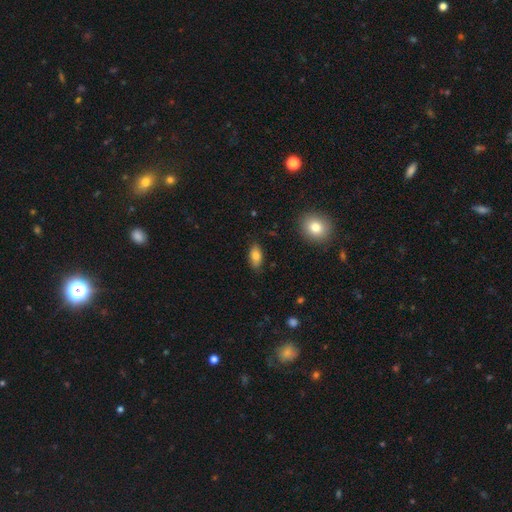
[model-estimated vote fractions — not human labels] smooth 81%, featured or disk 11%, star or artifact 8%. Down the decision tree: how rounded — in between (91%); merging — none (85%).